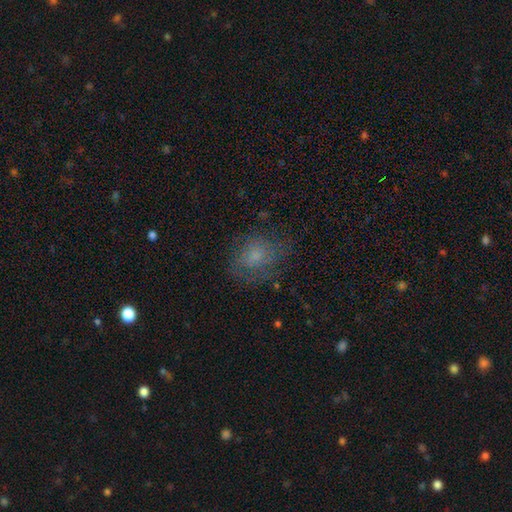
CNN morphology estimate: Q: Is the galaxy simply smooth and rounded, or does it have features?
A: smooth — 55%.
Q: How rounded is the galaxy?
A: in between — 51%.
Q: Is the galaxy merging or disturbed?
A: none — 64%.